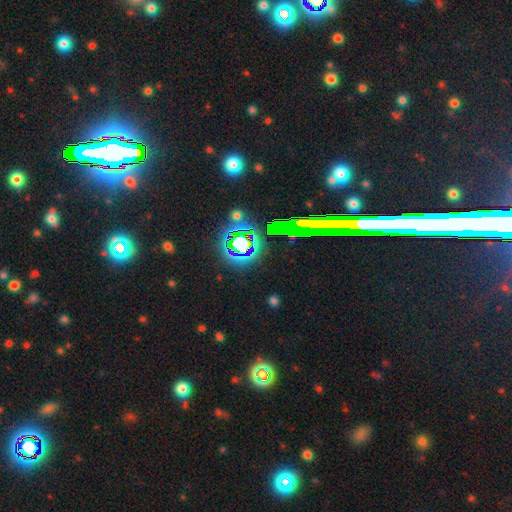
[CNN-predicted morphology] Smooth or featured? star or artifact (72%)